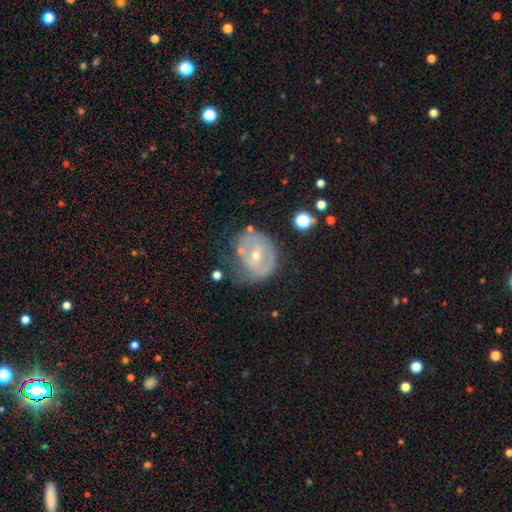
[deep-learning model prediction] This appears to be a featured or disk galaxy (62%) with no bar (47%), no spiral arms (57%) and a small central bulge (56%). Merging: none (45%).